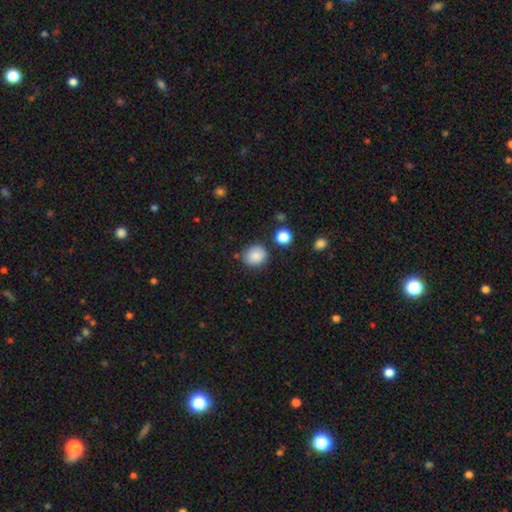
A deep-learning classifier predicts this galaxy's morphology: smooth-or-featured: smooth: 86% | star or artifact: 9% | featured or disk: 5%
  how-rounded: round: 74% | in between: 25% | cigar-shaped: 1%
  merging: none: 82% | minor disturbance: 12% | merger: 4% | major disturbance: 3%